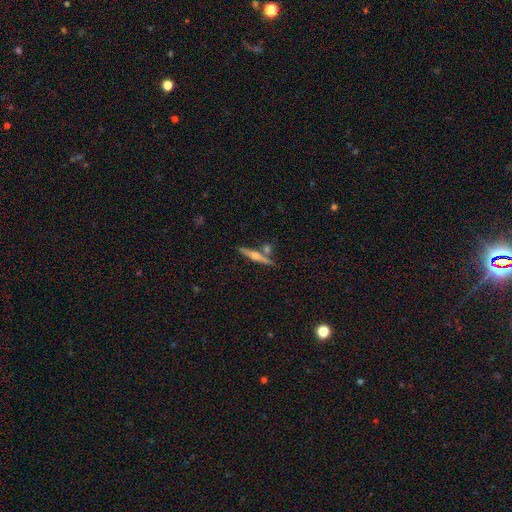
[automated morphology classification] smooth_or_featured: featured or disk (p=0.53) [alt: smooth p=0.40]
disk_edge_on: yes (p=0.96) [alt: no p=0.04]
edge_on_bulge: rounded (p=0.76) [alt: none p=0.13]
merging: none (p=0.74) [alt: merger p=0.14]